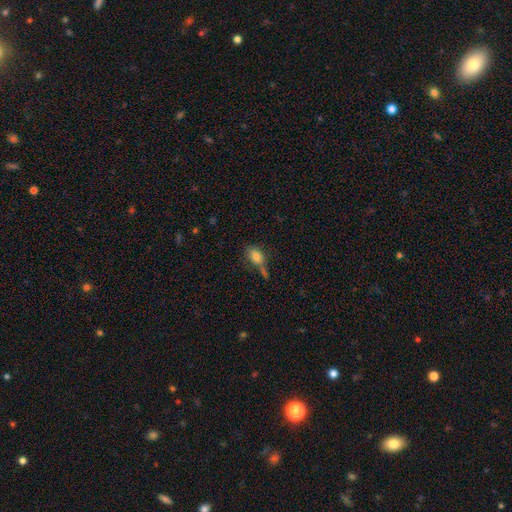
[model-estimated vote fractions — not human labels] Smooth or featured? smooth (77%)
How rounded? in between (81%)
Merging? none (44%)